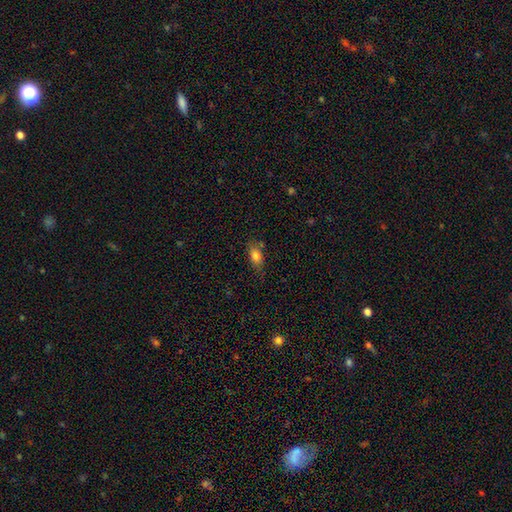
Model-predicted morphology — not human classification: The model was most divided on "merging": none: 66%, minor disturbance: 23%, major disturbance: 6%, merger: 5%. More confident: how rounded — in between (83%); smooth or featured — smooth (80%).